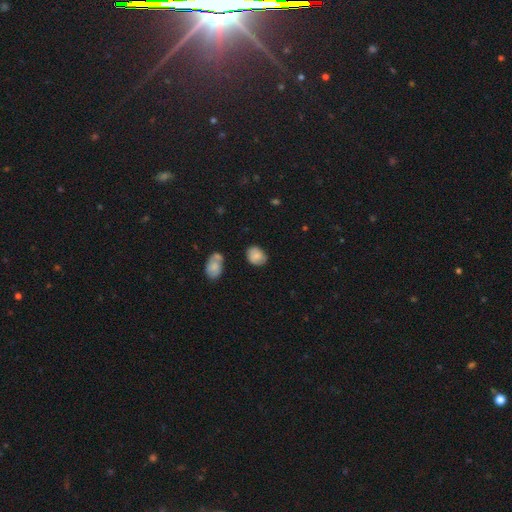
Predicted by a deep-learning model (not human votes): Q: Smooth or featured?
A: smooth (80%); runner-up: featured or disk (12%)
Q: How rounded?
A: in between (57%); runner-up: round (42%)
Q: Merging?
A: none (69%); runner-up: minor disturbance (21%)